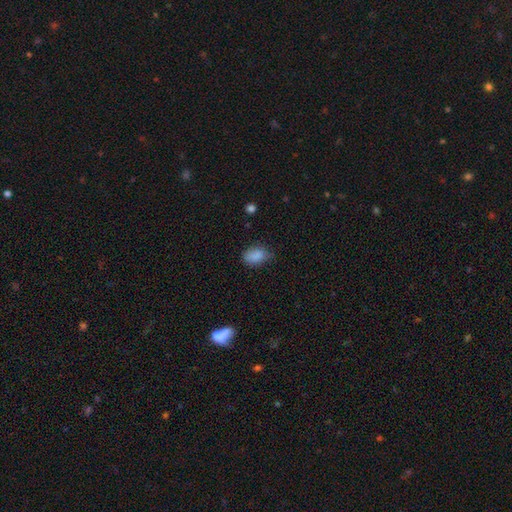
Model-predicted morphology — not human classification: A smooth galaxy with no disk features (86%) that is in between round and cigar-shaped (82%). Merging: none (63%).